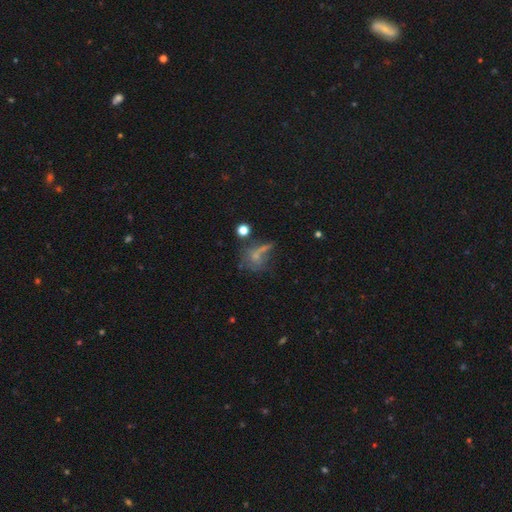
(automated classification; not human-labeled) Smooth or featured? smooth (43%)
Merging? none (39%)